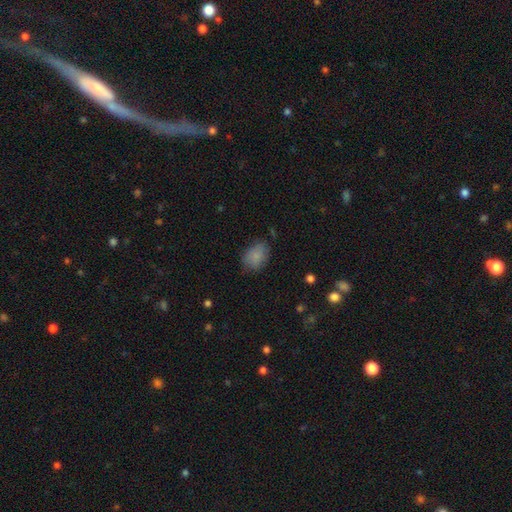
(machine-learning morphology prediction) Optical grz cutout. It shows a smooth galaxy with no disk features (83%) that is in between round and cigar-shaped (75%). Merging: none (72%).